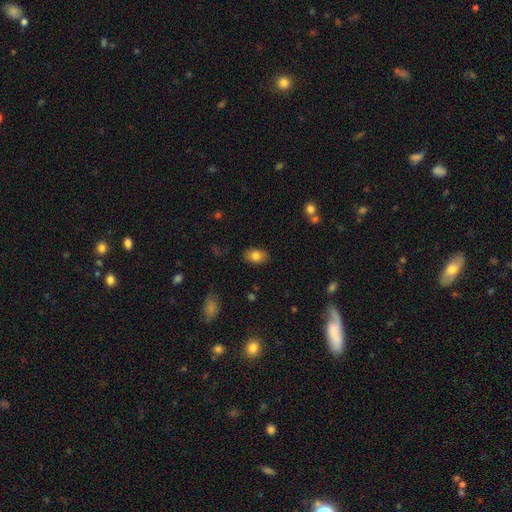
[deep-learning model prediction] Smooth or featured? Predicted: smooth (p=0.82). How rounded? Predicted: in between (p=0.85). Merging? Predicted: none (p=0.85).